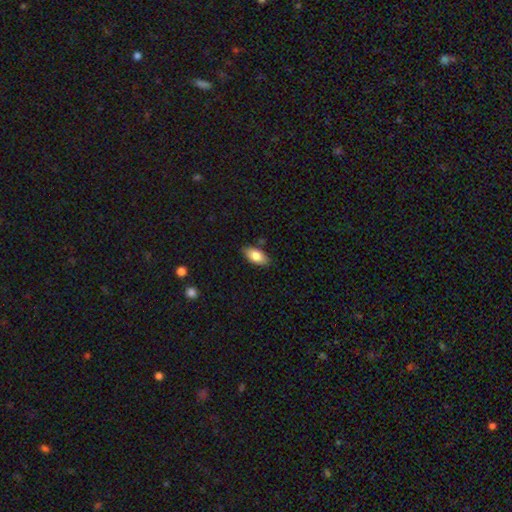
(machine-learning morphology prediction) type=smooth (81%); roundness=in between (91%); merging=none (84%).